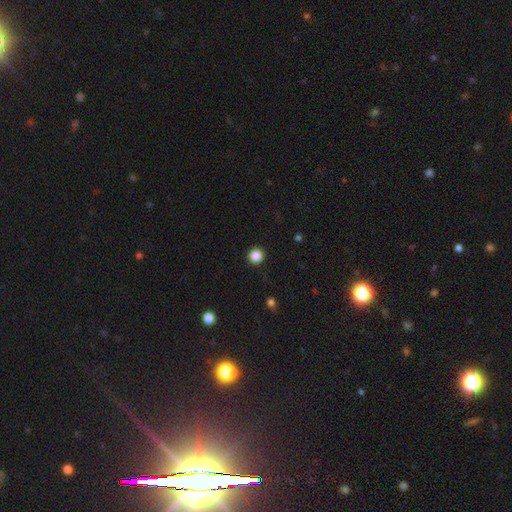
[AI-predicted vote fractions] Overall: smooth (87%). How rounded: round (94%). Merging: none (93%).